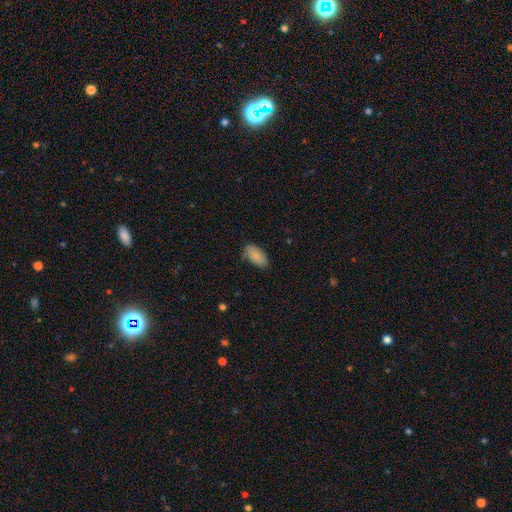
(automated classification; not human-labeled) The model was most divided on "merging": none: 74%, minor disturbance: 21%, major disturbance: 4%, merger: 1%. More confident: how rounded — in between (93%); smooth or featured — smooth (86%).